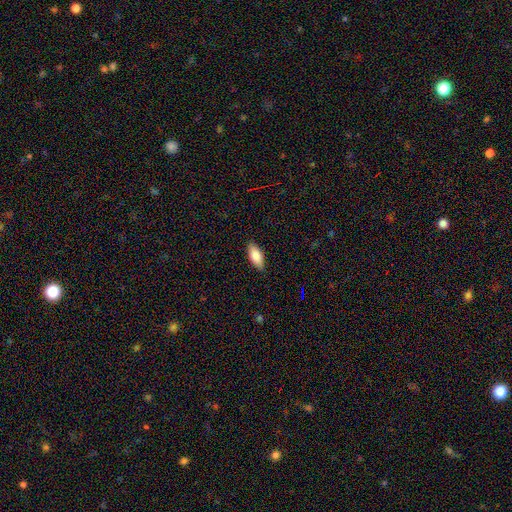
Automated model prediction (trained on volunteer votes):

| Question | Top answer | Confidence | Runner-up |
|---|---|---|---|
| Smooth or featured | smooth | 82% | featured or disk (12%) |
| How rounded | in between | 83% | cigar-shaped (15%) |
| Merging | none | 88% | minor disturbance (9%) |